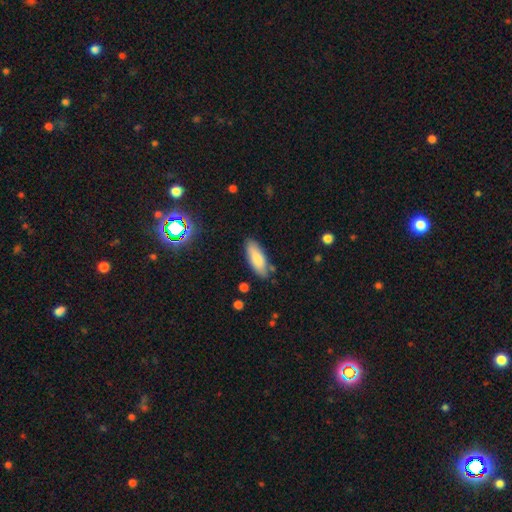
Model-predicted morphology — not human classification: smooth_or_featured: smooth (p=0.81) [alt: featured or disk p=0.10]
how_rounded: in between (p=0.68) [alt: cigar-shaped p=0.30]
merging: none (p=0.81) [alt: minor disturbance p=0.13]